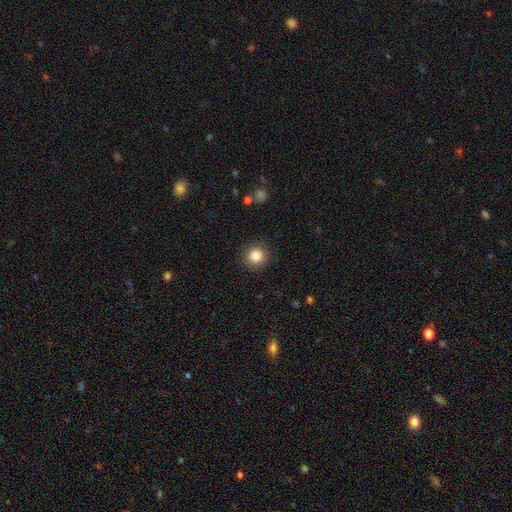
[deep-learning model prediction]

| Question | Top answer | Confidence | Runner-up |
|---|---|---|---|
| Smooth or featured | smooth | 84% | star or artifact (10%) |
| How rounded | round | 93% | in between (6%) |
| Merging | none | 91% | minor disturbance (6%) |